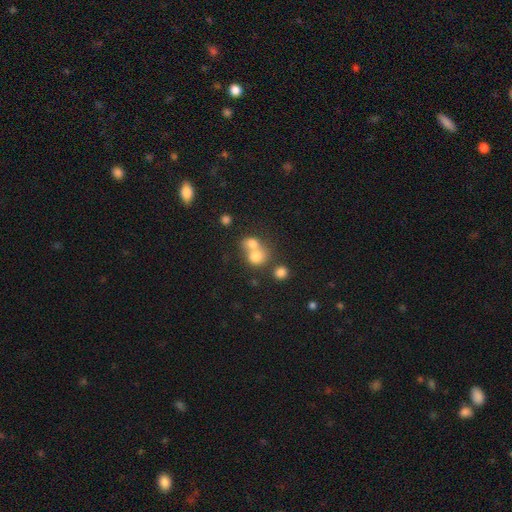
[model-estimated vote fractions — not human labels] smooth_or_featured: smooth (p=0.75) [alt: featured or disk p=0.14]
how_rounded: round (p=0.71) [alt: in between p=0.28]
merging: merger (p=0.63) [alt: none p=0.27]